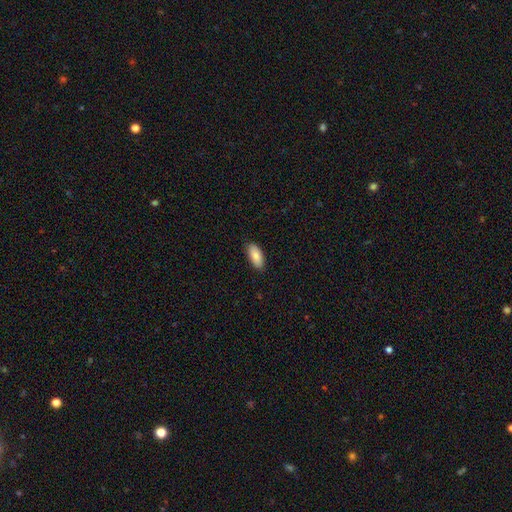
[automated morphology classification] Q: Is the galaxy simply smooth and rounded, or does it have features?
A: smooth — 85%.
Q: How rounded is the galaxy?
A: in between — 90%.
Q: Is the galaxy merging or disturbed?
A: none — 88%.